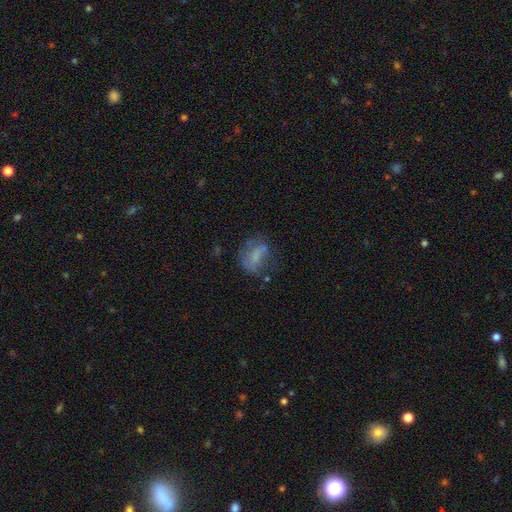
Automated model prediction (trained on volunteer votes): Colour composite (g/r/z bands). It shows a smooth galaxy with no disk features (50%). Merging: none (49%).